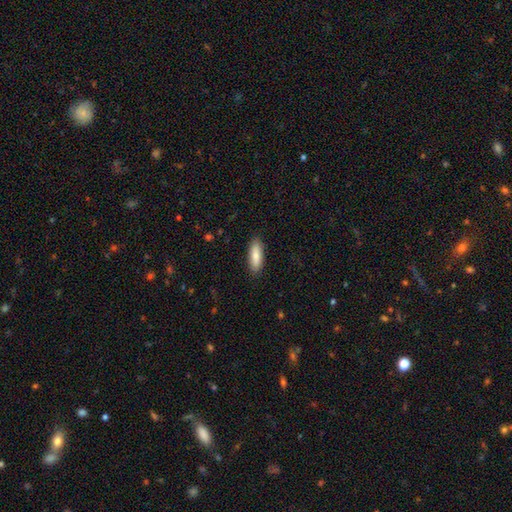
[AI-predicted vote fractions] The model was most divided on "how rounded": in between: 58%, cigar-shaped: 40%, round: 2%. More confident: merging — none (89%); smooth or featured — smooth (82%).